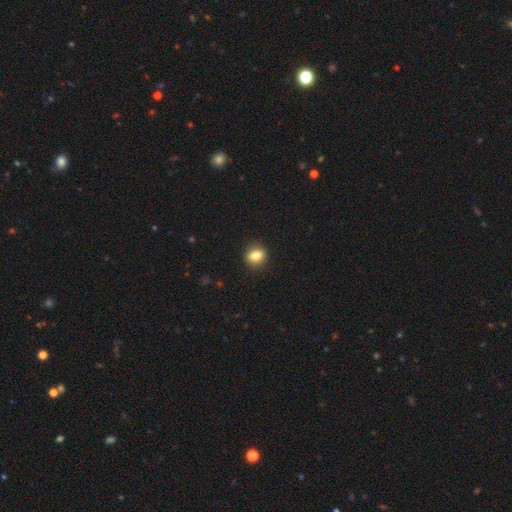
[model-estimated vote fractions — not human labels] Smooth or featured?
  - smooth: 80% *
  - featured or disk: 10%
  - star or artifact: 10%
How rounded?
  - round: 52% *
  - in between: 46%
  - cigar-shaped: 2%
Merging?
  - none: 89% *
  - minor disturbance: 8%
  - major disturbance: 2%
  - merger: 1%